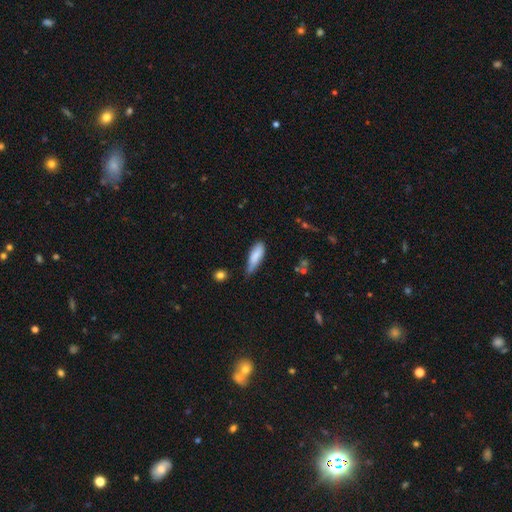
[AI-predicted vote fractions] This is clearly a smooth galaxy (82%). How rounded: possibly in between (53%). Merging: marginally minor disturbance (44%, tied with none).